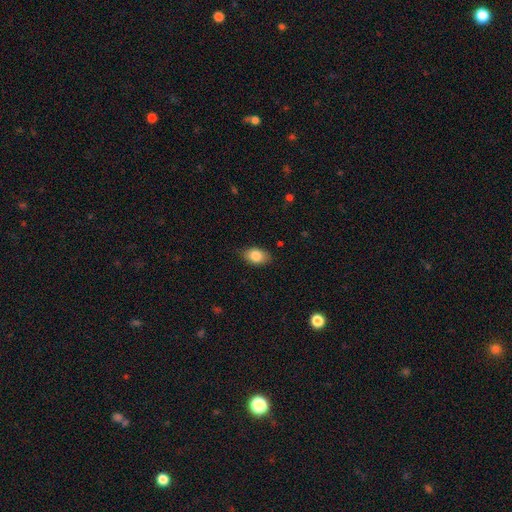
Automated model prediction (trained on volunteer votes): Smooth or featured? Predicted: smooth (p=0.83). How rounded? Predicted: in between (p=0.86). Merging? Predicted: none (p=0.82).